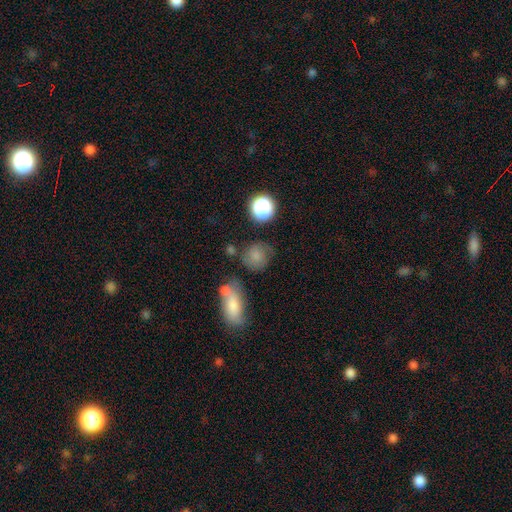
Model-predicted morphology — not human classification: A smooth galaxy with no disk features (74%) that is round (80%). Merging: none (64%).